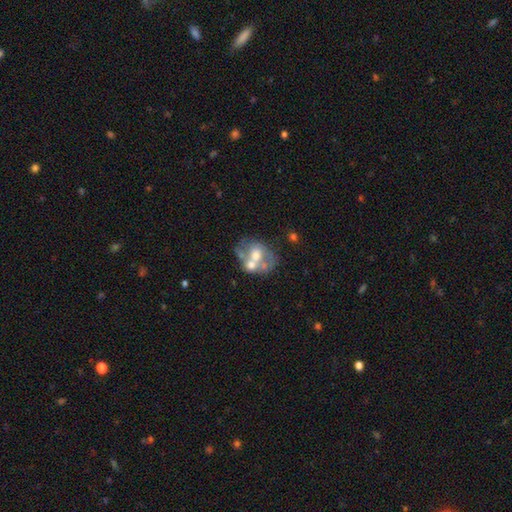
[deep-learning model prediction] Overall: featured or disk (59%; smooth 32%). Edge-on disk: no (97%). Bar: no (83%). Spiral arms: no (81%). Bulge size: moderate (58%). Merging: merger (45%; none 29%).